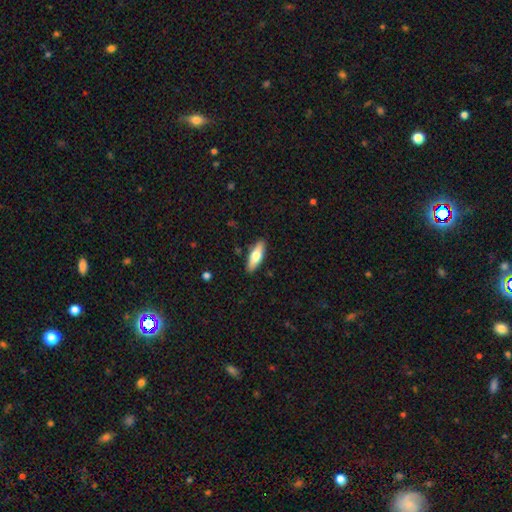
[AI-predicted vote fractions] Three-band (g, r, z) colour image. It shows a smooth galaxy with no disk features (64%) that is in between round and cigar-shaped (55%). Merging: none (88%).